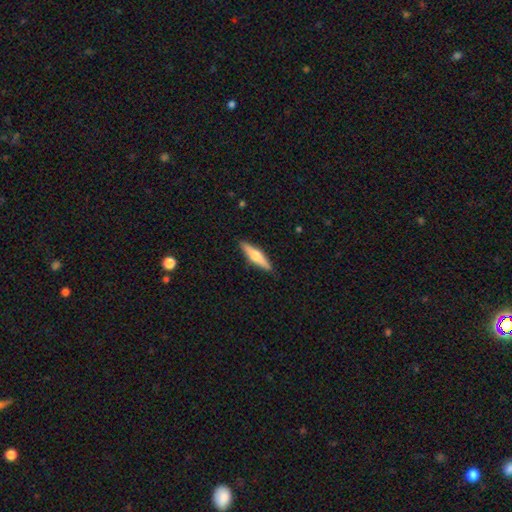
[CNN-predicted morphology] A featured or disk galaxy (50%).

Vote fractions:
- Smooth or featured? featured or disk: 50% / smooth: 45% / star or artifact: 6%
- Merging? none: 90% / minor disturbance: 7% / major disturbance: 2% / merger: 1%